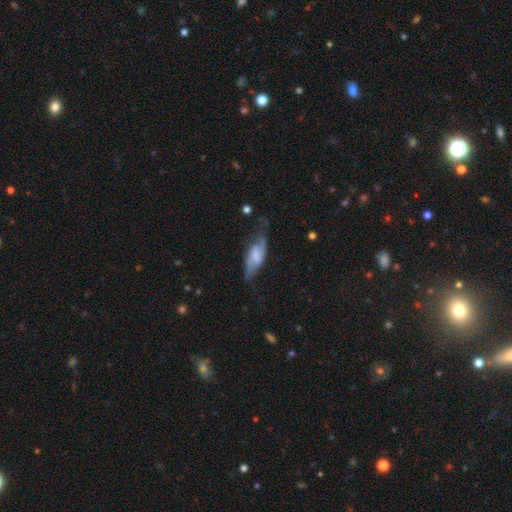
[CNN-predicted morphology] featured or disk 61%, smooth 33%, star or artifact 7%. Down the decision tree: edge-on disk — no (85%); bar — weak (44%); spiral arms — yes (86%); bulge size — none (38%); merging — none (51%).